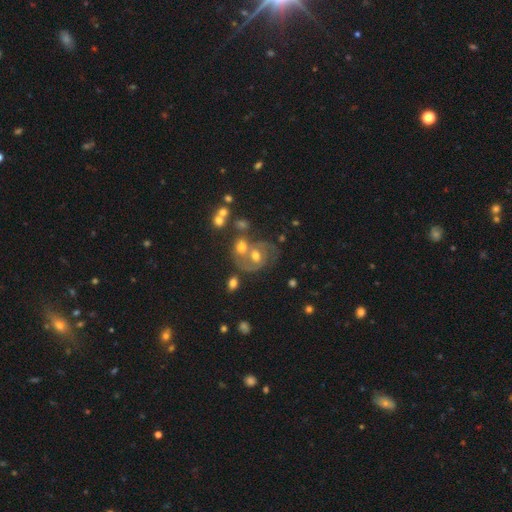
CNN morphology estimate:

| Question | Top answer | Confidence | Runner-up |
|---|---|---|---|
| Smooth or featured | featured or disk | 68% | smooth (22%) |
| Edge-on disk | no | 97% | yes (3%) |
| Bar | no | 57% | weak (34%) |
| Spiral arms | yes | 79% | no (21%) |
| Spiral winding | medium | 48% | tight (36%) |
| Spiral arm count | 2 | 75% | can't tell (11%) |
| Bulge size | moderate | 69% | small (16%) |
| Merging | none | 44% | merger (30%) |